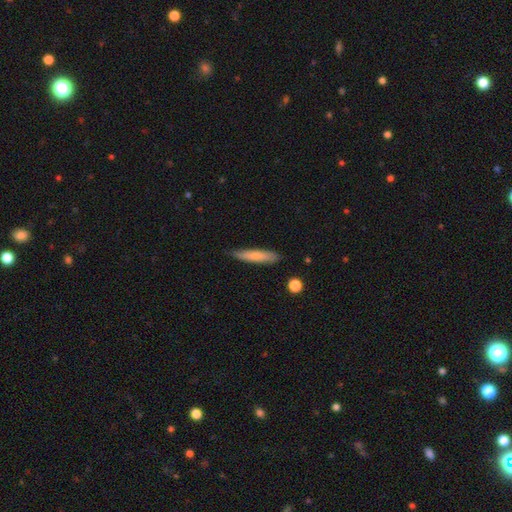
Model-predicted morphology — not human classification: This appears to be a smooth galaxy with no disk features (72%) that is cigar-shaped (87%). Merging: none (79%).